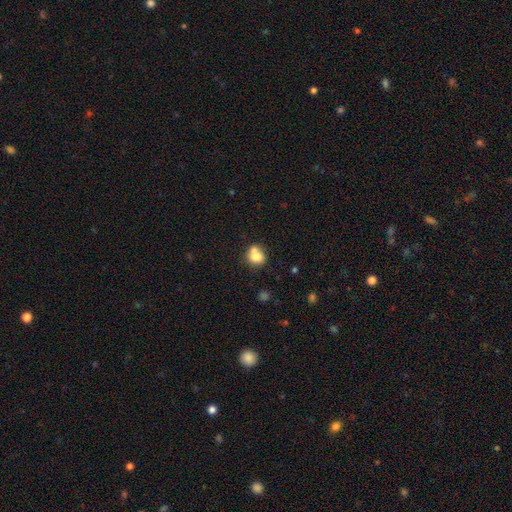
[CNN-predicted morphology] Smooth or featured? smooth (76%)
How rounded? round (59%)
Merging? merger (43%)